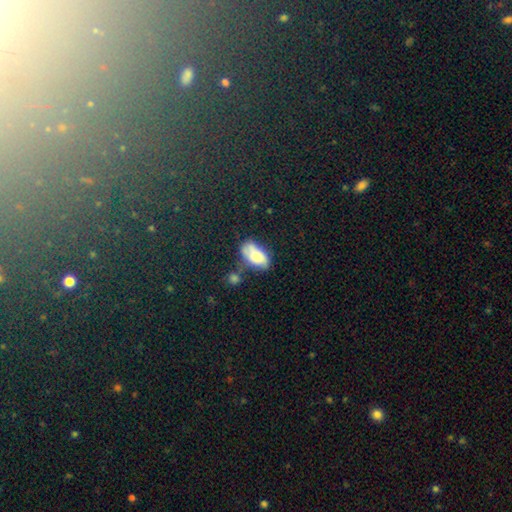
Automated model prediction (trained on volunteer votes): Smooth or featured? smooth (72%)
How rounded? in between (92%)
Merging? none (43%)